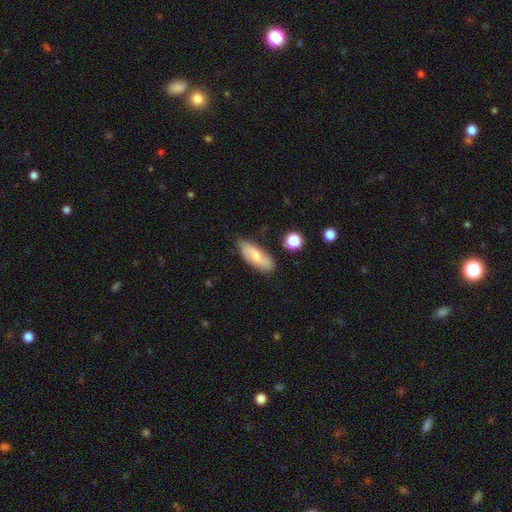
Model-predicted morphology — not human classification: Q: Smooth or featured?
A: smooth (48%); runner-up: featured or disk (45%)
Q: Merging?
A: none (76%); runner-up: minor disturbance (18%)